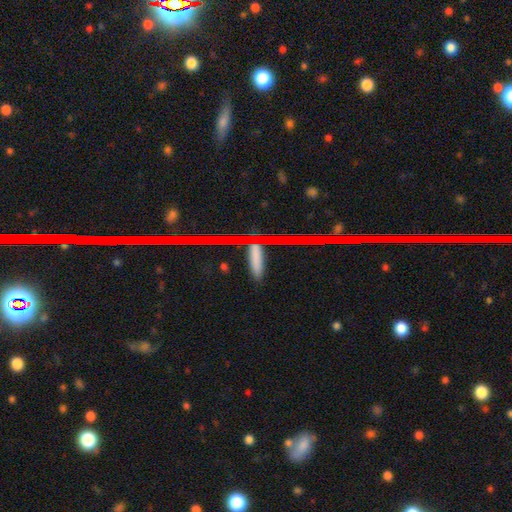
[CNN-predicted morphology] Smooth or featured?
  - smooth: 54% *
  - star or artifact: 30%
  - featured or disk: 16%
How rounded?
  - cigar-shaped: 59% *
  - in between: 34%
  - round: 7%
Merging?
  - none: 82% *
  - minor disturbance: 12%
  - major disturbance: 3%
  - merger: 3%